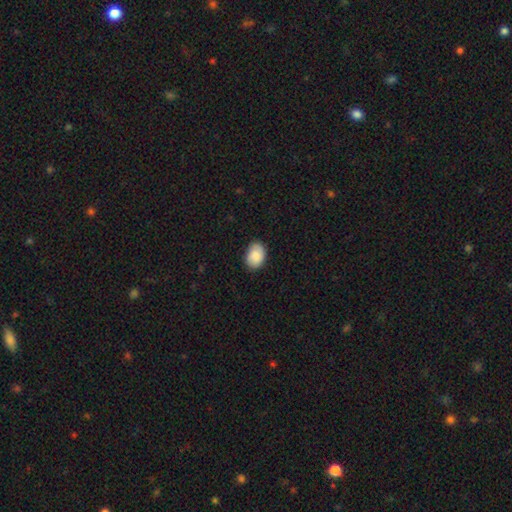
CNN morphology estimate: This appears to be a smooth galaxy with no disk features (85%) that is in between round and cigar-shaped (78%). Merging: none (80%).